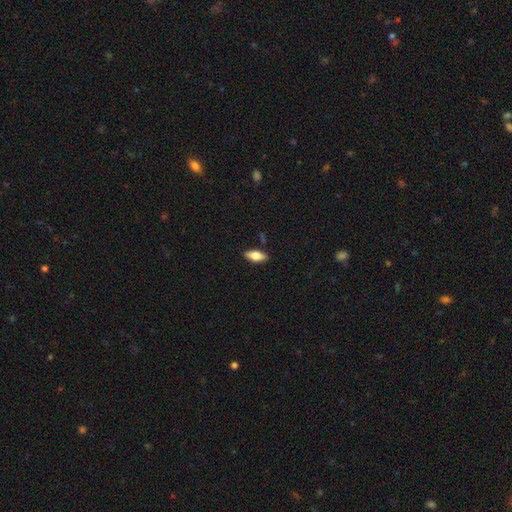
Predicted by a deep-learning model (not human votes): A smooth galaxy with no disk features (66%) that is in between round and cigar-shaped (79%). Merging: none (87%).